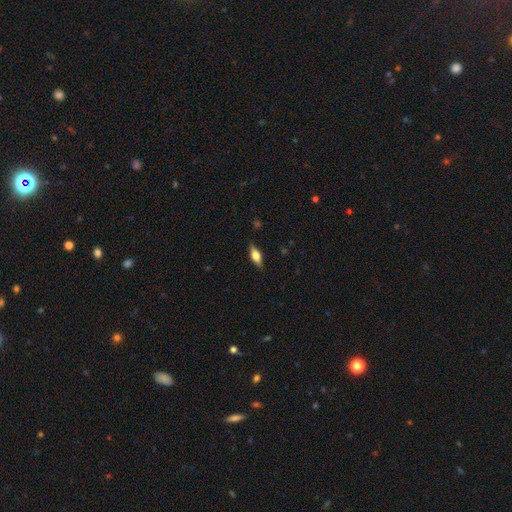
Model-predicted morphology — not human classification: type=smooth (52%); roundness=in between (67%); merging=none (87%).